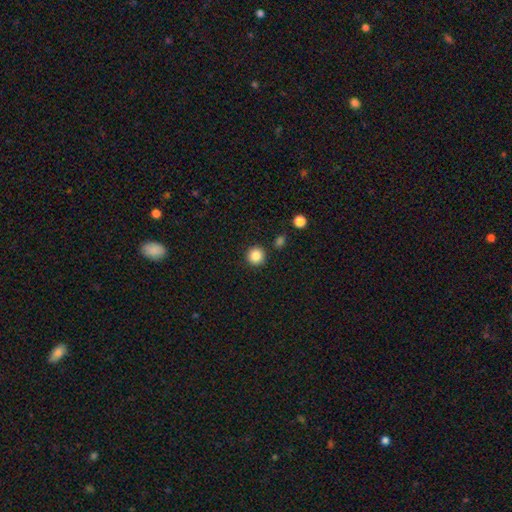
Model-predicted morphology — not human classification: A smooth galaxy with no disk features (86%) that is round (94%). Merging: none (90%).